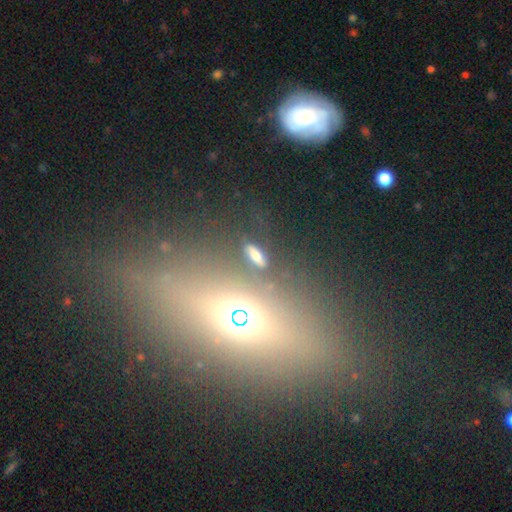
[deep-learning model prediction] Smooth or featured?
  - smooth: 63% *
  - star or artifact: 22%
  - featured or disk: 15%
How rounded?
  - in between: 60% *
  - cigar-shaped: 31%
  - round: 9%
Merging?
  - none: 77% *
  - minor disturbance: 12%
  - major disturbance: 6%
  - merger: 5%